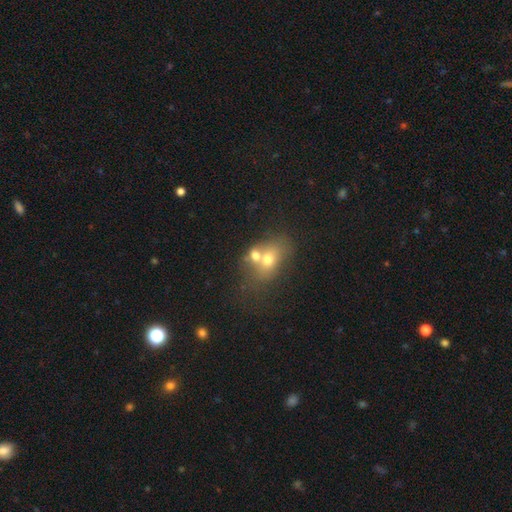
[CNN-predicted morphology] smooth 64%, featured or disk 25%, star or artifact 11%. Down the decision tree: how rounded — in between (64%); merging — merger (63%).